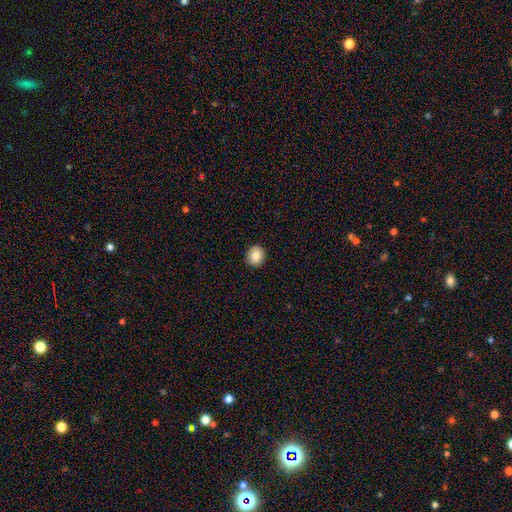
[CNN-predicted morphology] A smooth galaxy with no disk features (85%) that is round (81%).

Vote fractions:
- Smooth or featured? smooth: 85% / star or artifact: 9% / featured or disk: 7%
- How rounded? round: 81% / in between: 18% / cigar-shaped: 1%
- Merging? none: 92% / minor disturbance: 5% / major disturbance: 2% / merger: 1%